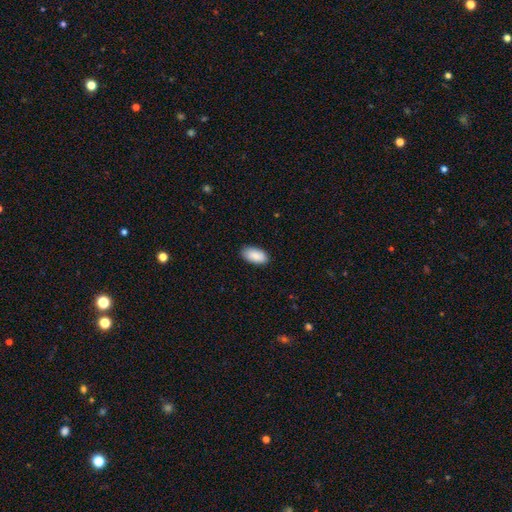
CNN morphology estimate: Q: Smooth or featured?
A: smooth (89%); runner-up: star or artifact (6%)
Q: How rounded?
A: in between (95%); runner-up: round (3%)
Q: Merging?
A: none (88%); runner-up: minor disturbance (9%)